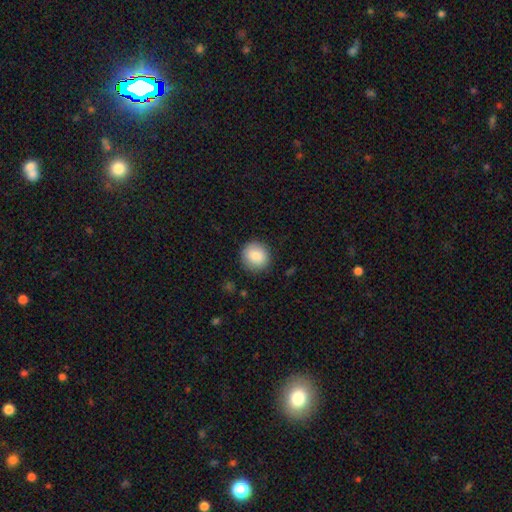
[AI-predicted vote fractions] smooth_or_featured: smooth (p=0.86) [alt: star or artifact p=0.07]
how_rounded: round (p=0.85) [alt: in between p=0.14]
merging: none (p=0.87) [alt: minor disturbance p=0.09]